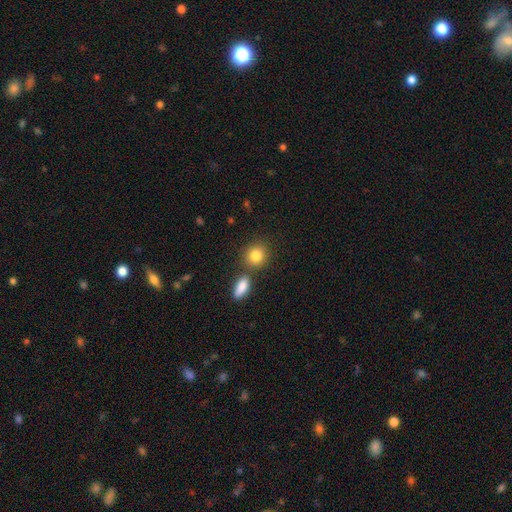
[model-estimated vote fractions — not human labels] Smooth or featured? Predicted: smooth (p=0.84). How rounded? Predicted: round (p=0.77). Merging? Predicted: none (p=0.70).